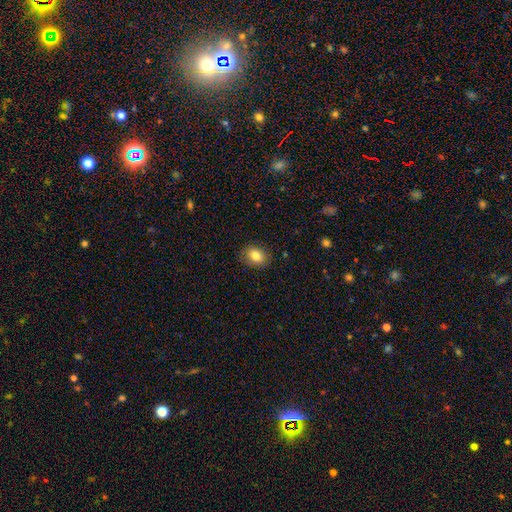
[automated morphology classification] Smooth or featured?
  - smooth: 82% *
  - featured or disk: 10%
  - star or artifact: 8%
How rounded?
  - in between: 69% *
  - round: 29%
  - cigar-shaped: 1%
Merging?
  - none: 84% *
  - minor disturbance: 12%
  - major disturbance: 3%
  - merger: 1%